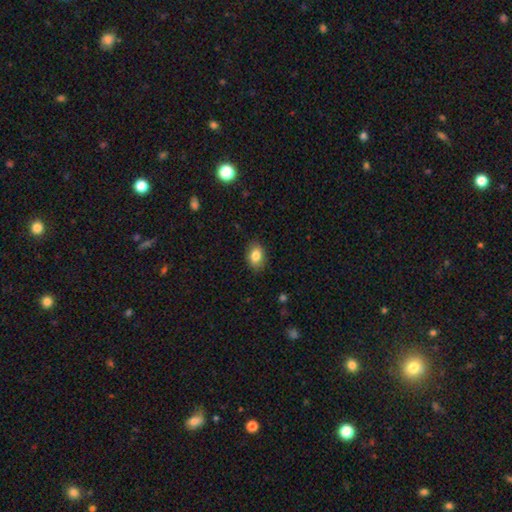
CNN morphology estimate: Smooth or featured? smooth (83%)
How rounded? in between (78%)
Merging? none (86%)